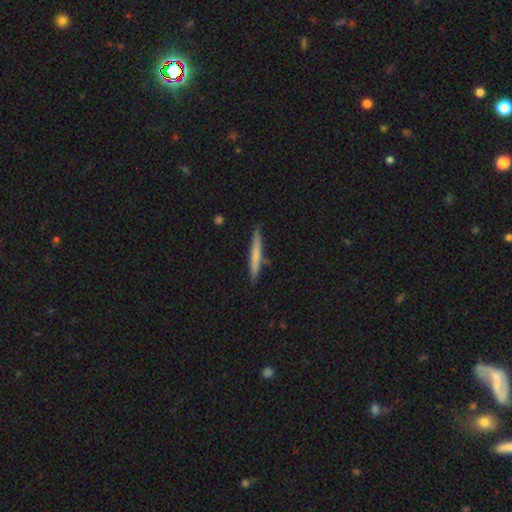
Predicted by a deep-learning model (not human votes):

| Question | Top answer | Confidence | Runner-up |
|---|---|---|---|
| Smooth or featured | smooth | 66% | featured or disk (29%) |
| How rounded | cigar-shaped | 96% | in between (3%) |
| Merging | none | 87% | minor disturbance (9%) |